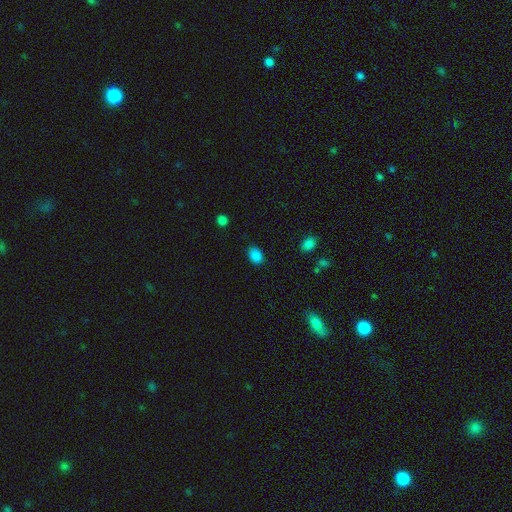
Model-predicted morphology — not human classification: This appears to be a smooth galaxy with no disk features (86%) that is in between round and cigar-shaped (76%). Merging: none (84%).